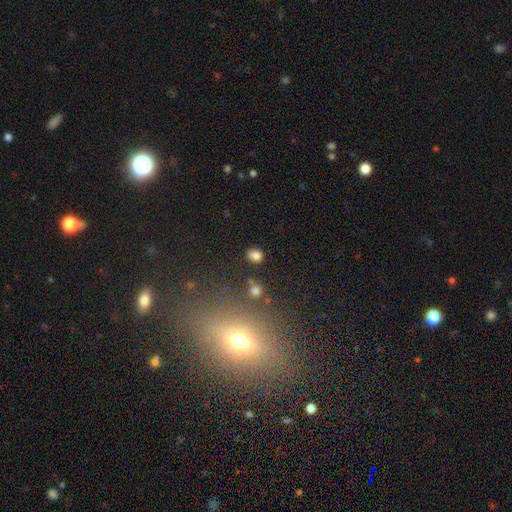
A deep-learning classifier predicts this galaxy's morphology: smooth_or_featured: smooth (p=0.80) [alt: star or artifact p=0.14]
how_rounded: round (p=0.52) [alt: in between p=0.47]
merging: none (p=0.83) [alt: minor disturbance p=0.10]